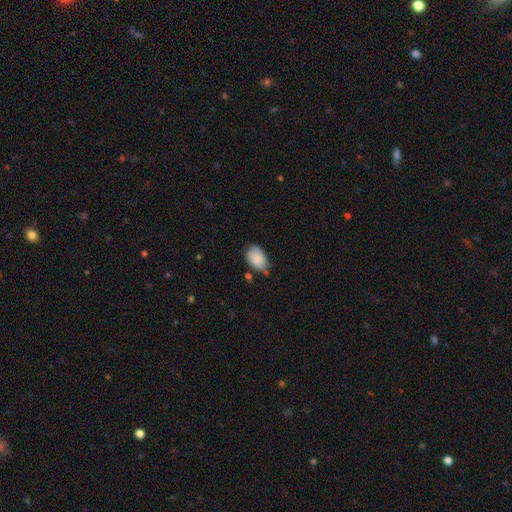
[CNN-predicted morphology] This is clearly a smooth galaxy (86%). How rounded: clearly in between (89%). Merging: possibly none (59%).